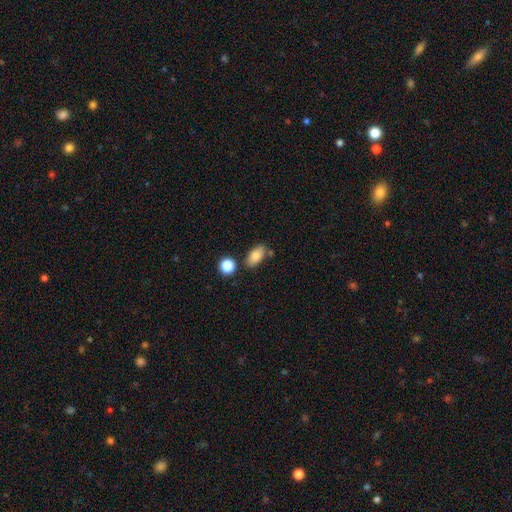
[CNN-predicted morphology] A smooth galaxy with no disk features (82%) that is in between round and cigar-shaped (89%). Merging: none (73%).